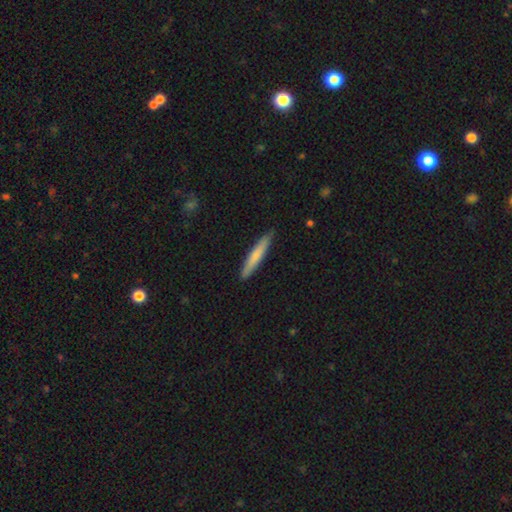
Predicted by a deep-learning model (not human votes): smooth 70%, featured or disk 24%, star or artifact 5%. Down the decision tree: how rounded — cigar-shaped (94%); merging — none (88%).